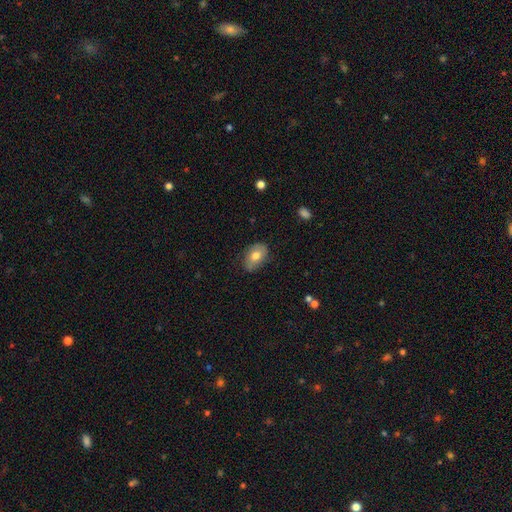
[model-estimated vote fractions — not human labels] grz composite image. It shows a smooth galaxy with no disk features (70%) that is in between round and cigar-shaped (84%). Merging: none (72%).